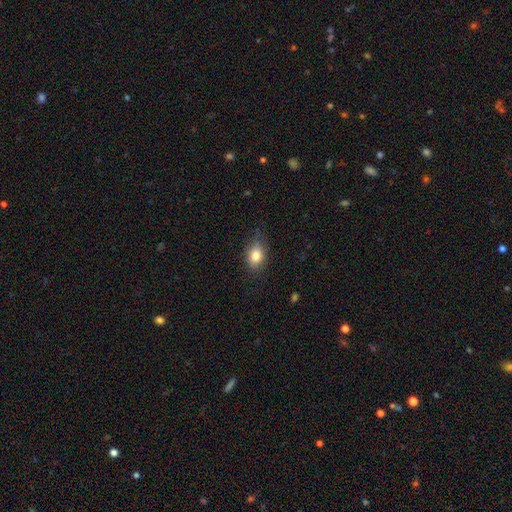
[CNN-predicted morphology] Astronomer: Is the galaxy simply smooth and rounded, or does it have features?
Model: smooth — 82%.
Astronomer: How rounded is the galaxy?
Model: in between — 73%.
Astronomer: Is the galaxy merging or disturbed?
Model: none — 75%.